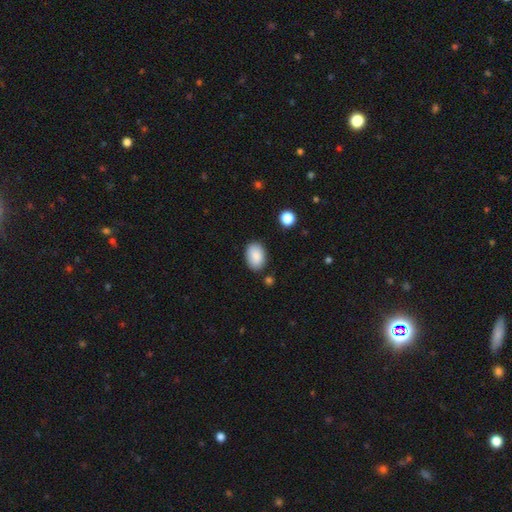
Q: Smooth or featured?
A: smooth (97%); runner-up: featured or disk (3%)
Q: How rounded?
A: in between (89%); runner-up: round (11%)
Q: Merging?
A: none (89%); runner-up: minor disturbance (5%)